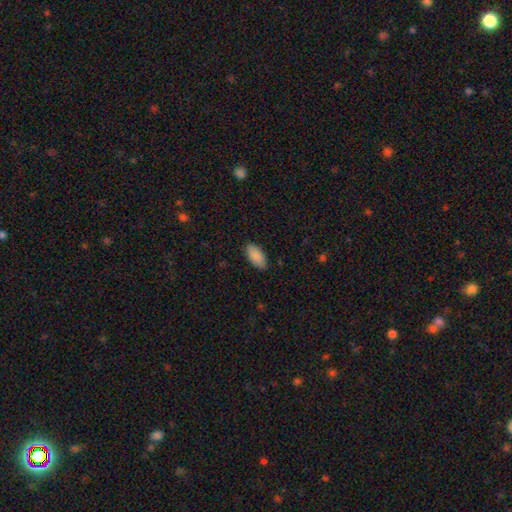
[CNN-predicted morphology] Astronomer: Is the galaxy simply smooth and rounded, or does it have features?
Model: smooth — 89%.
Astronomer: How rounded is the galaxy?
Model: in between — 92%.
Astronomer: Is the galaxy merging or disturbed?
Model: none — 87%.